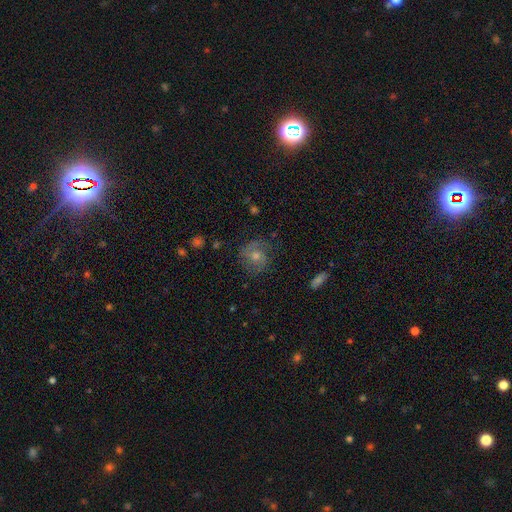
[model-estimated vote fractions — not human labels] smooth_or_featured: featured or disk (p=0.63) [alt: smooth p=0.22]
disk_edge_on: no (p=0.97) [alt: yes p=0.03]
bar: no (p=0.69) [alt: weak p=0.26]
has_spiral_arms: yes (p=0.89) [alt: no p=0.11]
spiral_winding: tight (p=0.44) [alt: medium p=0.41]
spiral_arm_count: 2 (p=0.53) [alt: can't tell p=0.21]
bulge_size: moderate (p=0.59) [alt: small p=0.33]
merging: none (p=0.73) [alt: minor disturbance p=0.17]